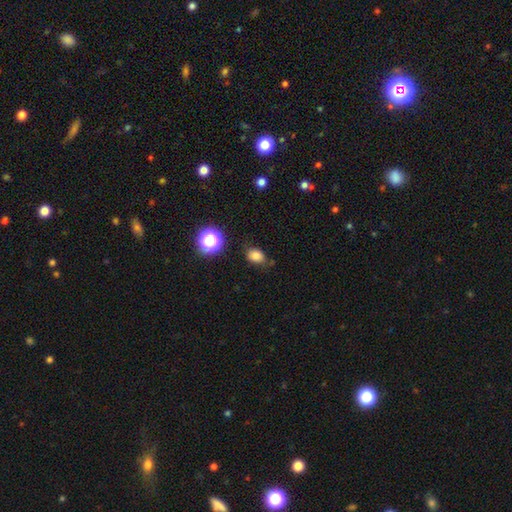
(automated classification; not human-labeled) This is clearly a smooth galaxy (81%). How rounded: likely in between (68%). Merging: likely none (74%).